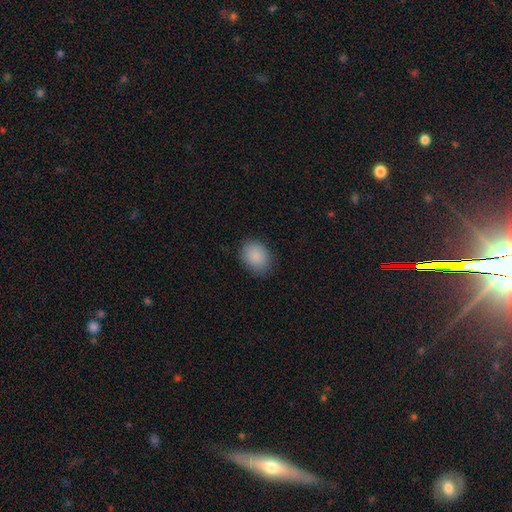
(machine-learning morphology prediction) Overall: smooth (89%). How rounded: in between (63%; round 36%). Merging: none (83%).